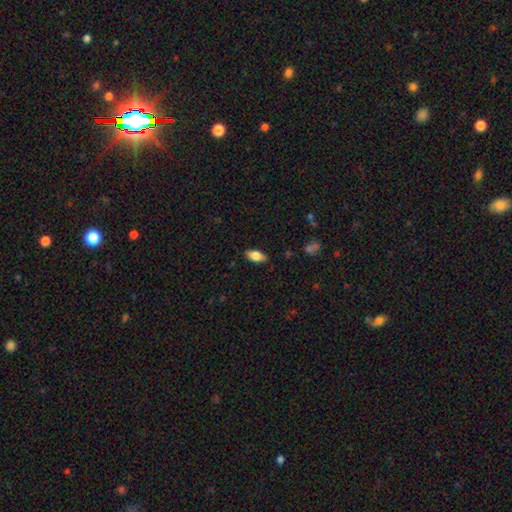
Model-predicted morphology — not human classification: Smooth or featured: smooth — 81% (featured or disk — 12%)
How rounded: in between — 90% (cigar-shaped — 7%)
Merging: none — 86% (minor disturbance — 11%)